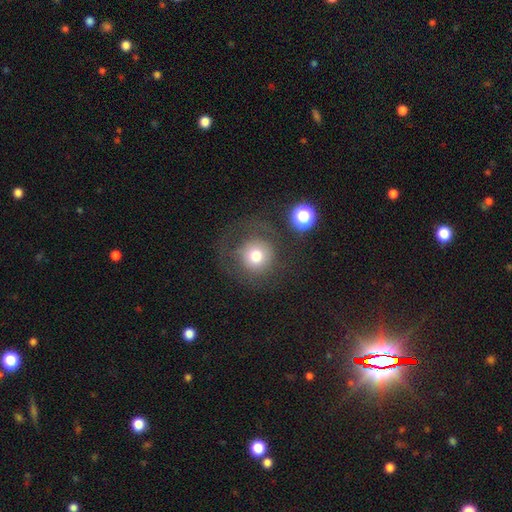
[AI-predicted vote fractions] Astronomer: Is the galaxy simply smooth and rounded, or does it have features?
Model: smooth — 70%.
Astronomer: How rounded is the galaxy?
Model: round — 92%.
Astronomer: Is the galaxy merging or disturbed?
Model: none — 62%.